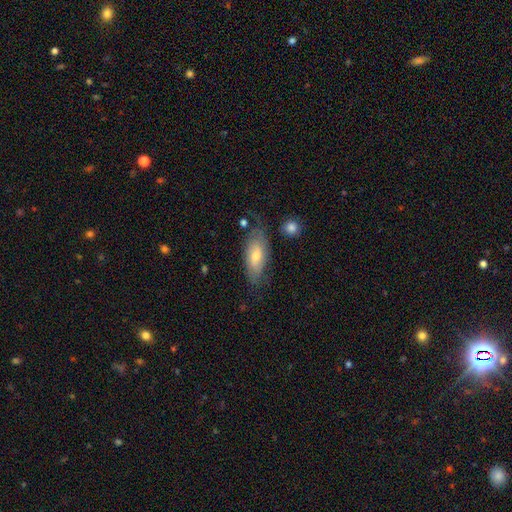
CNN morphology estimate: Q: Smooth or featured?
A: smooth (58%); runner-up: featured or disk (35%)
Q: How rounded?
A: in between (77%); runner-up: cigar-shaped (20%)
Q: Merging?
A: none (66%); runner-up: minor disturbance (24%)